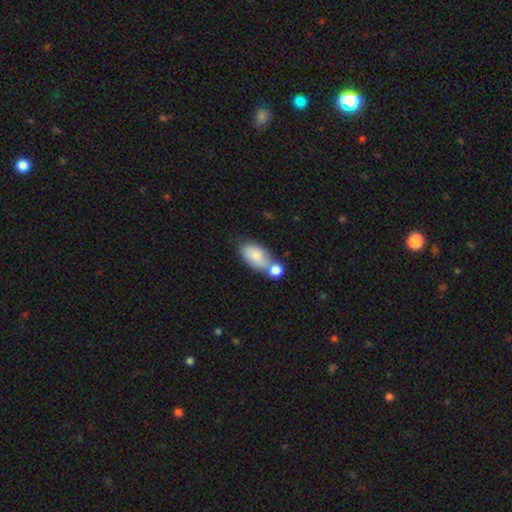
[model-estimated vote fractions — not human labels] This appears to be a smooth galaxy with no disk features (79%) that is in between round and cigar-shaped (91%). Merging: merger (40%).